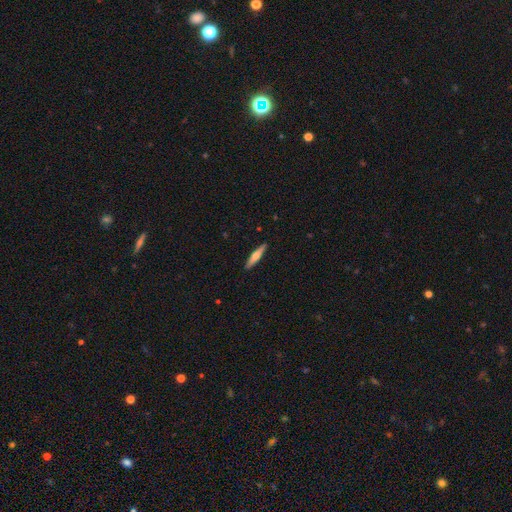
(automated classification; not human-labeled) This is possibly a smooth galaxy (49%). Merging: clearly none (91%).